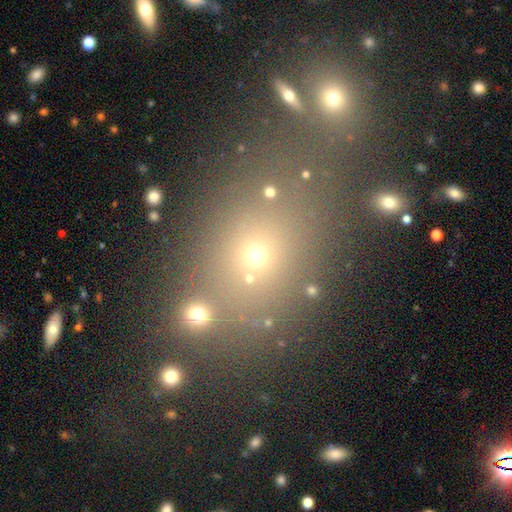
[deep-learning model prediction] Q: Smooth or featured?
A: smooth (59%); runner-up: star or artifact (28%)
Q: How rounded?
A: round (50%); runner-up: in between (47%)
Q: Merging?
A: none (58%); runner-up: merger (24%)